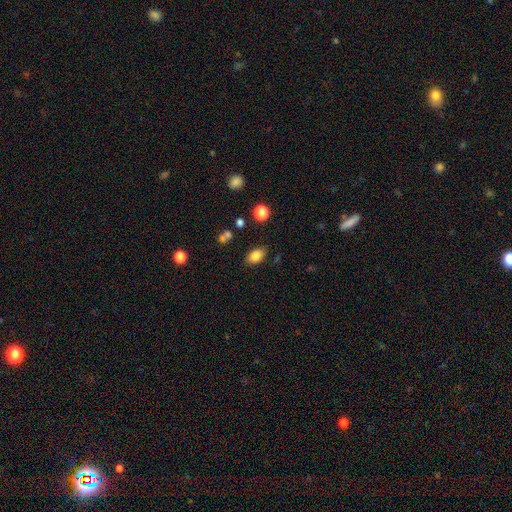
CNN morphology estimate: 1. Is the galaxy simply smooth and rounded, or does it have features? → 84% smooth, 9% star or artifact, 7% featured or disk.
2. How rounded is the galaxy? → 87% in between, 11% round, 2% cigar-shaped.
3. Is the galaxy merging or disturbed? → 80% none, 13% minor disturbance, 3% major disturbance, 3% merger.